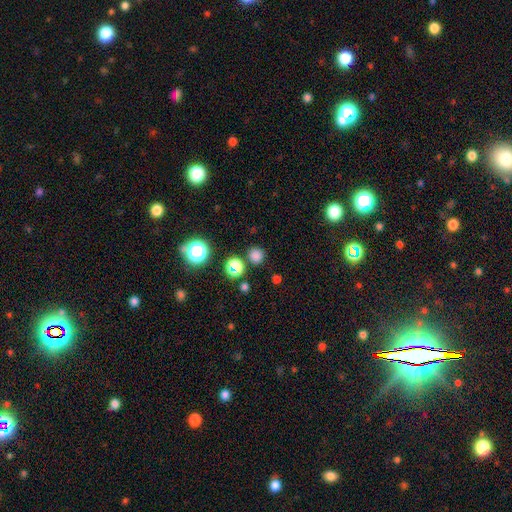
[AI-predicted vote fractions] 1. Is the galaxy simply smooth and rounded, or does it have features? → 74% smooth, 21% star or artifact, 5% featured or disk.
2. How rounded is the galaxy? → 93% round, 6% in between, 1% cigar-shaped.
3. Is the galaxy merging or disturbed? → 85% none, 7% minor disturbance, 5% merger, 3% major disturbance.